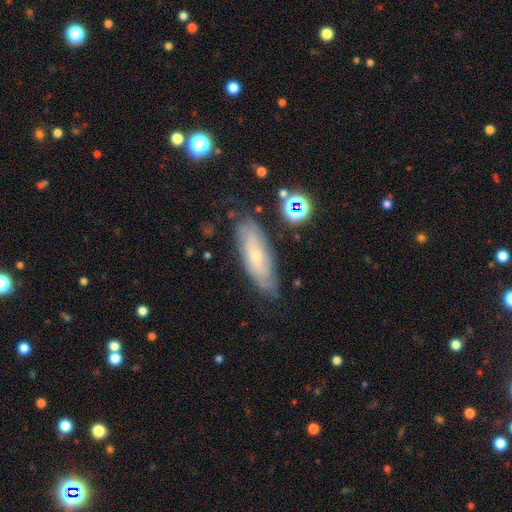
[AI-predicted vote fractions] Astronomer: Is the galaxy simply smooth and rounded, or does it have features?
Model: featured or disk — 55% (runner-up: smooth, 36%).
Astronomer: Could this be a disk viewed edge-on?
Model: no — 76%.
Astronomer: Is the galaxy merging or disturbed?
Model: none — 74%.